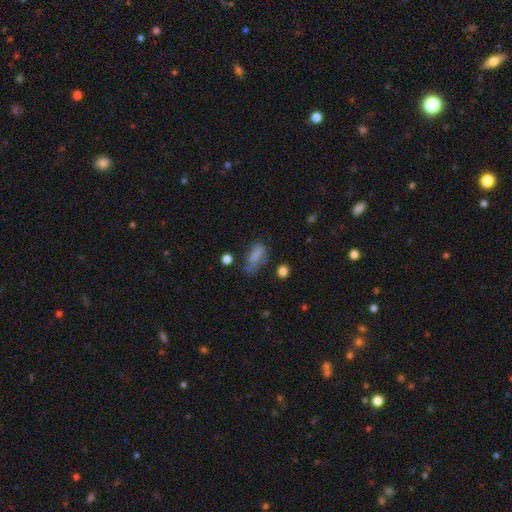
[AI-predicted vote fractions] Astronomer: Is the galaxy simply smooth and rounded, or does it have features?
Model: smooth — 76%.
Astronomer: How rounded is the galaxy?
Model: in between — 80%.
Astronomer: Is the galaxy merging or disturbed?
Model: none — 43% (runner-up: minor disturbance, 31%).